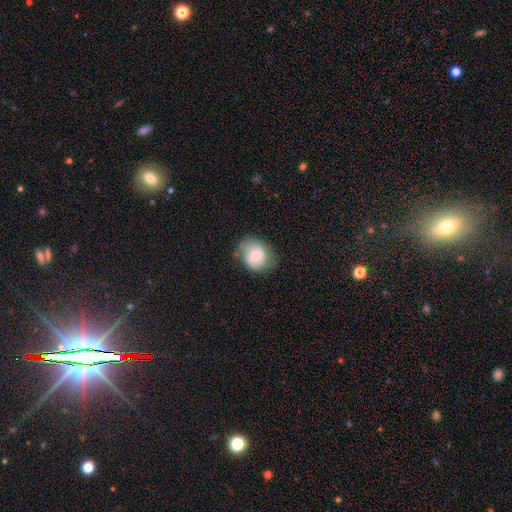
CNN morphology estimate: A smooth galaxy with no disk features (56%) that is round (57%). Merging: none (63%).